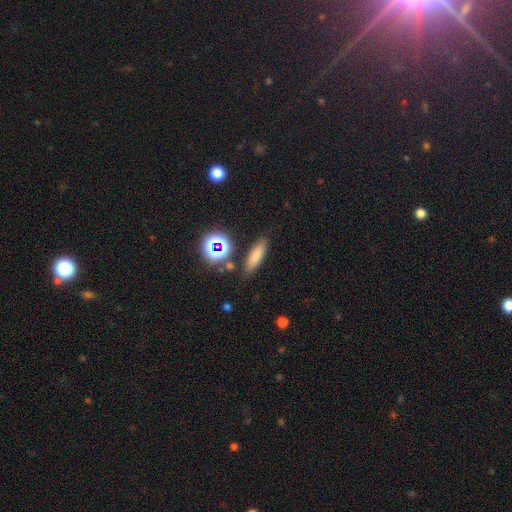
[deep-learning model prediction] smooth 74%, star or artifact 15%, featured or disk 11%. Down the decision tree: how rounded — cigar-shaped (58%); merging — none (85%).